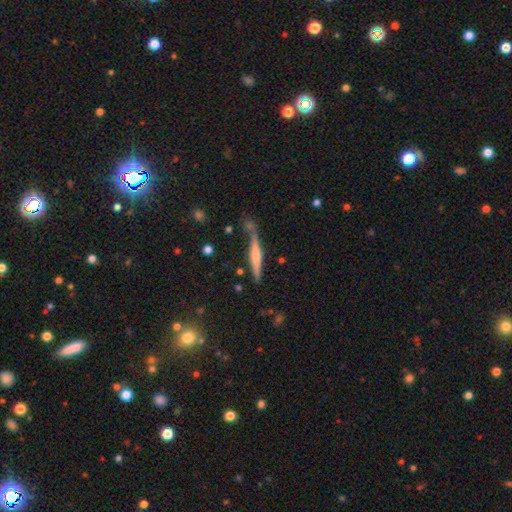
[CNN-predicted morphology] This appears to be a featured or disk galaxy (60%) viewed edge-on (96%) with a rounded central bulge (62%). Merging: none (73%).